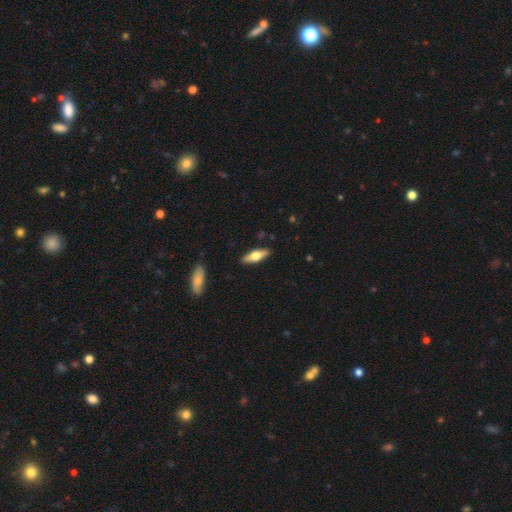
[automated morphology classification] This is possibly a smooth galaxy (51%). How rounded: possibly in between (50%). Merging: clearly none (89%).